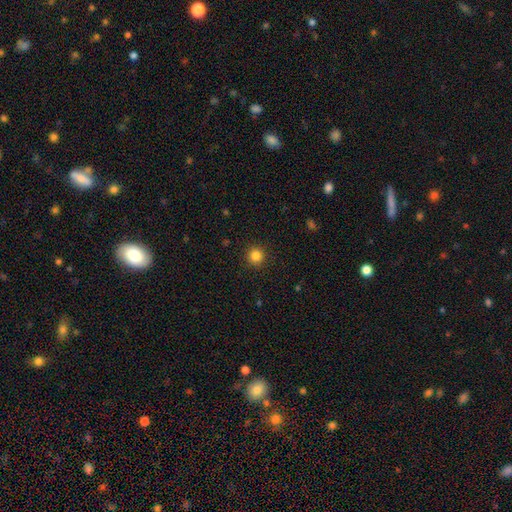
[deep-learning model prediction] Morphology: type=smooth (84%); roundness=round (95%); merging=none (92%).